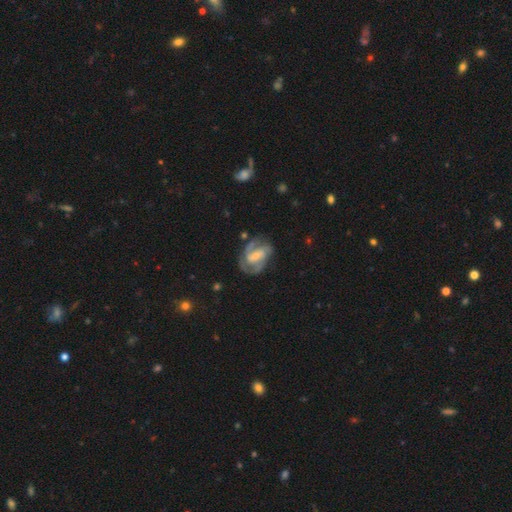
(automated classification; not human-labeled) A featured or disk galaxy (81%) with a weak bar (44%), 2 (58%) medium (50%) spiral arms (92%) and a small central bulge (55%). Merging: none (62%).